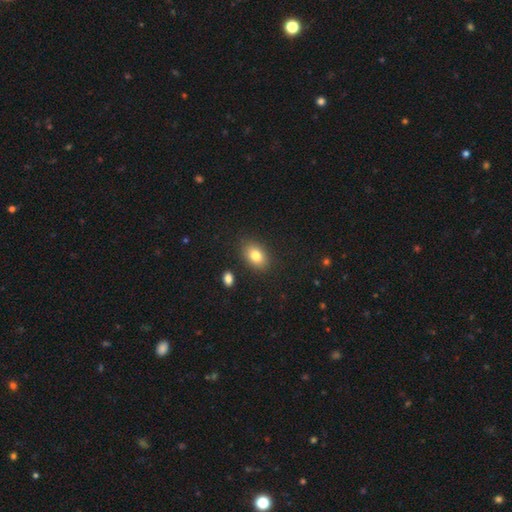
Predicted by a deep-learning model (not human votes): This is clearly a smooth galaxy (81%). How rounded: clearly in between (83%). Merging: clearly none (86%).